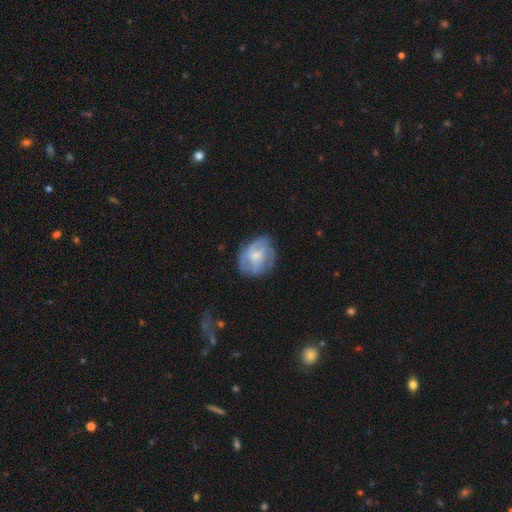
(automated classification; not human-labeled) smooth-or-featured: featured or disk: 62% | smooth: 32% | star or artifact: 7%
  disk-edge-on: no: 97% | yes: 3%
    bar: no: 52% | weak: 40% | strong: 8%
    has-spiral-arms: yes: 78% | no: 22%
    bulge-size: small: 44% | moderate: 42% | none: 9% | large: 4% | dominant: 1%
  merging: none: 67% | minor disturbance: 22% | major disturbance: 10% | merger: 2%